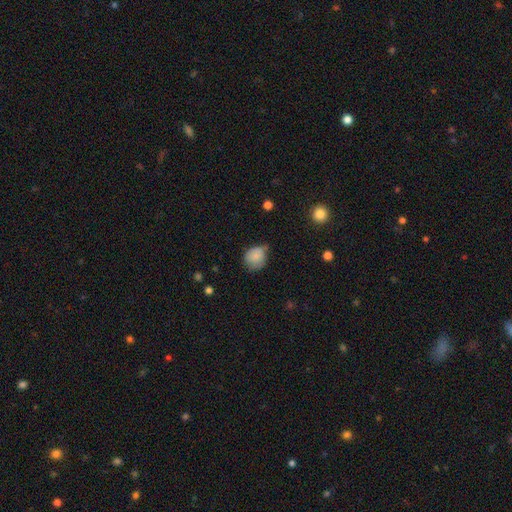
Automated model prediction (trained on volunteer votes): Smooth or featured? smooth (82%)
How rounded? round (68%)
Merging? none (50%)